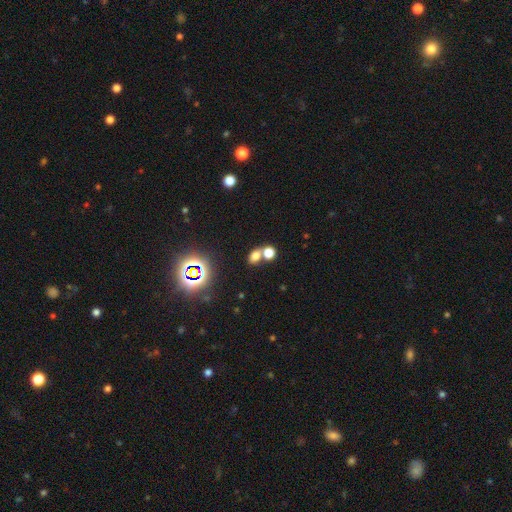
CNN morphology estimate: This is likely a smooth galaxy (67%). How rounded: likely in between (62%). Merging: possibly none (47%).